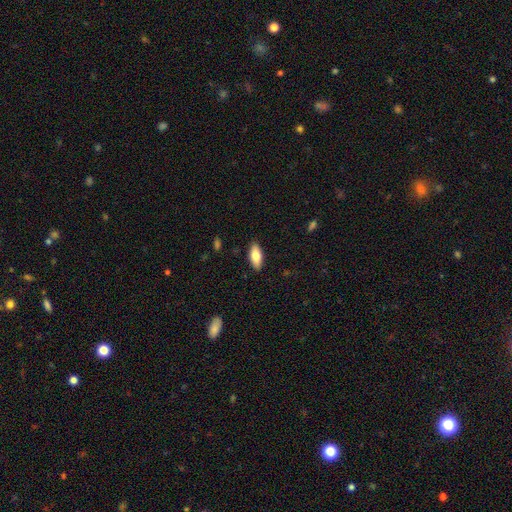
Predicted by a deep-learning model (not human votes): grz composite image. It shows a smooth galaxy with no disk features (78%) that is in between round and cigar-shaped (84%). Merging: none (89%).